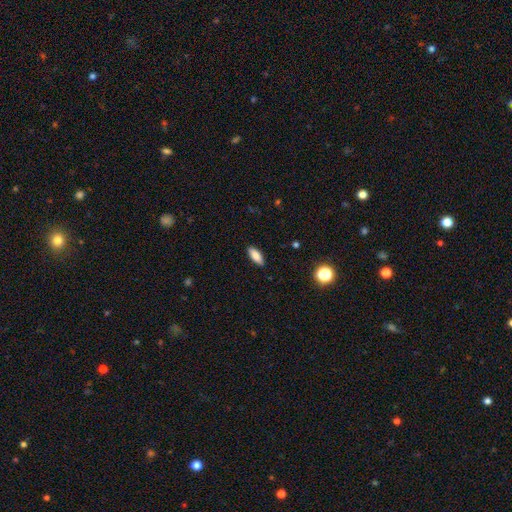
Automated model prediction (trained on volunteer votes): This is clearly a smooth galaxy (83%). How rounded: likely in between (73%). Merging: clearly none (89%).